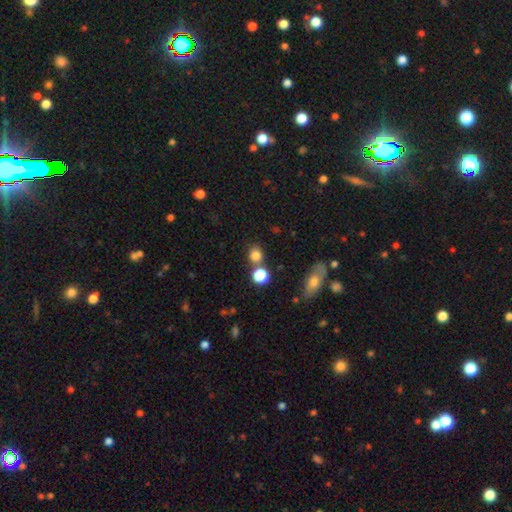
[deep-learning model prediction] Smooth or featured?
  - smooth: 79% *
  - star or artifact: 14%
  - featured or disk: 6%
How rounded?
  - round: 74% *
  - in between: 24%
  - cigar-shaped: 1%
Merging?
  - none: 69% *
  - merger: 18%
  - minor disturbance: 10%
  - major disturbance: 4%